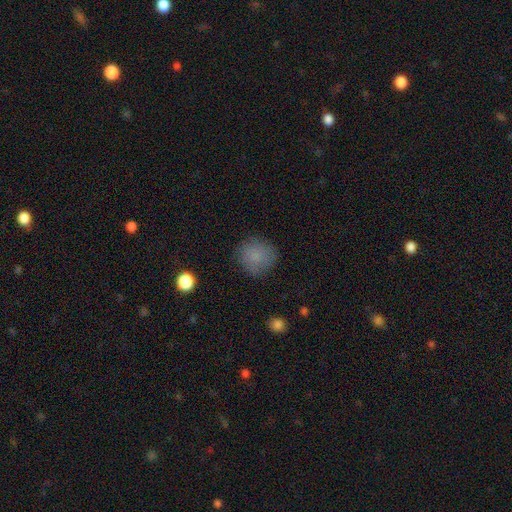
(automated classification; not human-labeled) Smooth or featured? smooth (83%)
How rounded? round (86%)
Merging? none (79%)